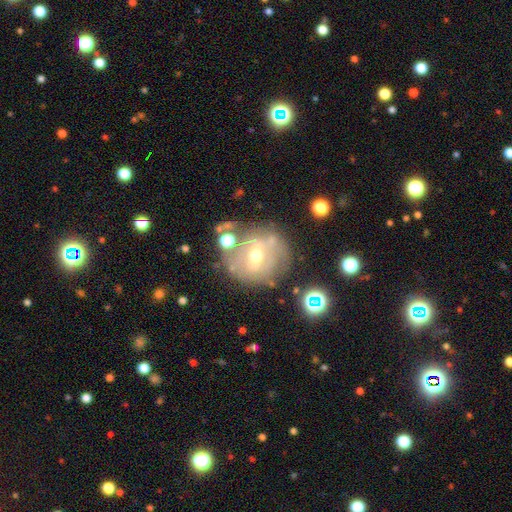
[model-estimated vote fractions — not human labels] smooth-or-featured: featured or disk: 68% | smooth: 21% | star or artifact: 11%
  disk-edge-on: no: 94% | yes: 6%
    bar: weak: 43% | strong: 32% | no: 25%
    has-spiral-arms: yes: 52% | no: 48%
    bulge-size: moderate: 60% | small: 35% | large: 3% | none: 1% | dominant: 1%
  merging: none: 64% | minor disturbance: 18% | major disturbance: 11% | merger: 7%